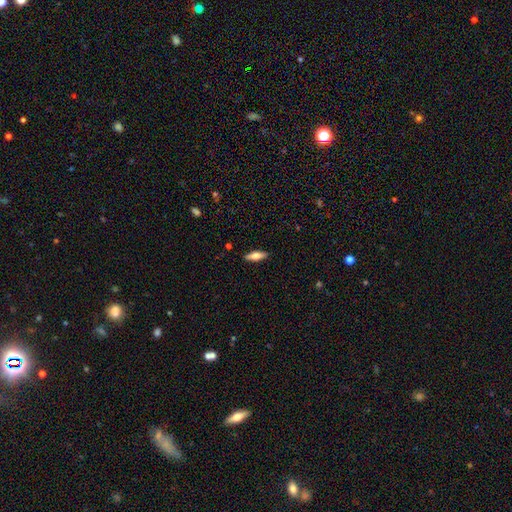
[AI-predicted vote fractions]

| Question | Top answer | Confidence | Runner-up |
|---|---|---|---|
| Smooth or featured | smooth | 65% | featured or disk (29%) |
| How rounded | in between | 57% | cigar-shaped (41%) |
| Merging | none | 89% | minor disturbance (8%) |